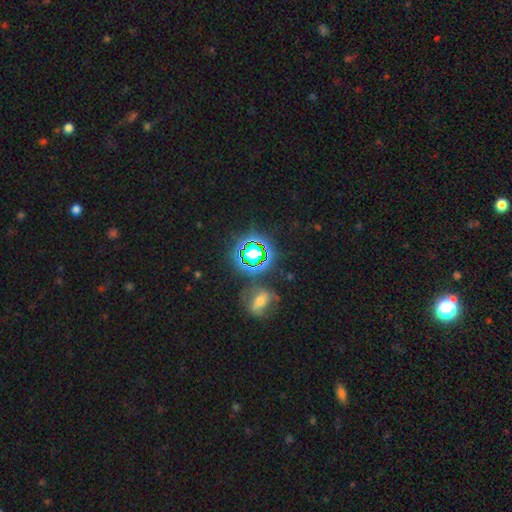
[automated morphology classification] Smooth or featured? Predicted: star or artifact (p=0.68).